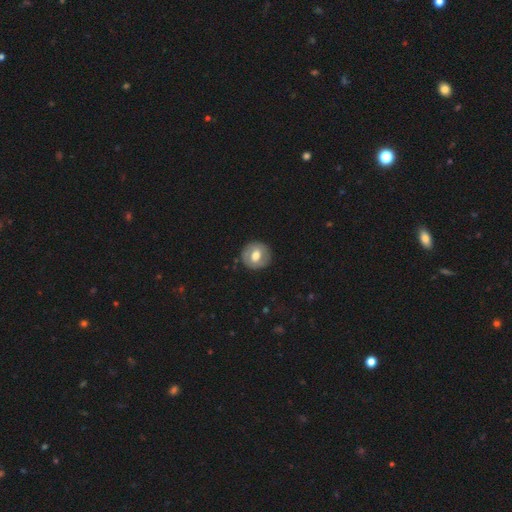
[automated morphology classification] The model was most divided on "smooth or featured": smooth: 51%, featured or disk: 42%, star or artifact: 7%. More confident: merging — none (85%); how rounded — round (85%).